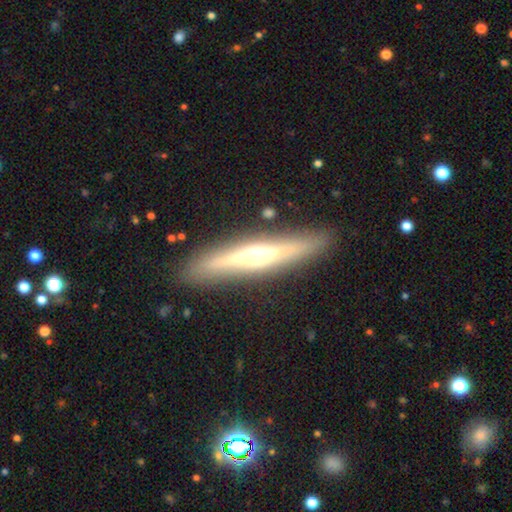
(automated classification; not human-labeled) Q: Smooth or featured?
A: featured or disk (69%); runner-up: smooth (24%)
Q: Edge-on disk?
A: yes (94%); runner-up: no (6%)
Q: Edge-on bulge?
A: rounded (86%); runner-up: none (8%)
Q: Merging?
A: none (88%); runner-up: minor disturbance (8%)